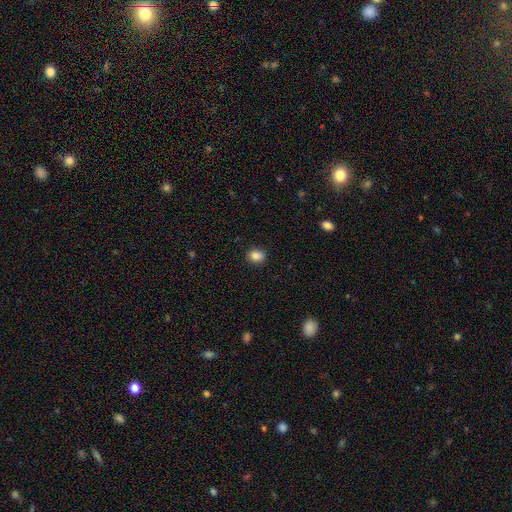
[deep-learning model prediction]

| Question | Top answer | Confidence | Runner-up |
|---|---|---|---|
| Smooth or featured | smooth | 84% | star or artifact (10%) |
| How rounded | round | 60% | in between (39%) |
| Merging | none | 88% | minor disturbance (9%) |